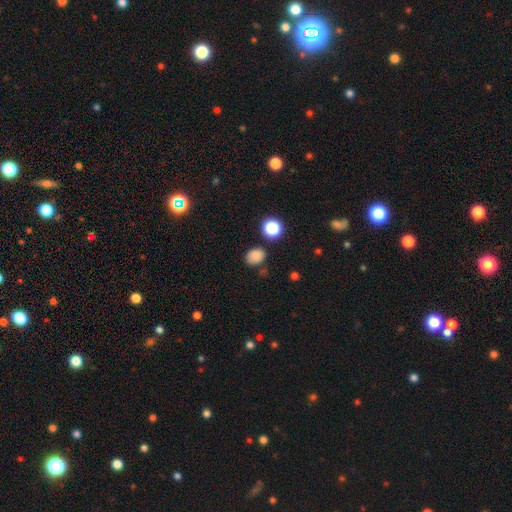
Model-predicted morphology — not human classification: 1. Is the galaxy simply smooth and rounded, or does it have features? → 82% smooth, 14% star or artifact, 5% featured or disk.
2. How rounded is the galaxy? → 57% in between, 42% round, 1% cigar-shaped.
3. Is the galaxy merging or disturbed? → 77% none, 14% minor disturbance, 5% merger, 4% major disturbance.